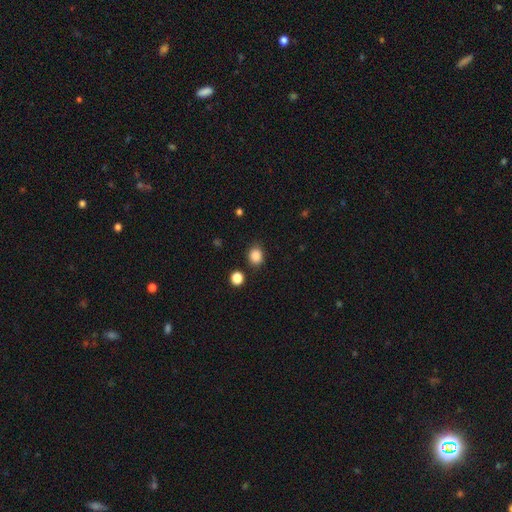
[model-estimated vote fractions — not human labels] Q: Smooth or featured?
A: smooth (86%); runner-up: star or artifact (10%)
Q: How rounded?
A: round (63%); runner-up: in between (36%)
Q: Merging?
A: none (81%); runner-up: minor disturbance (12%)